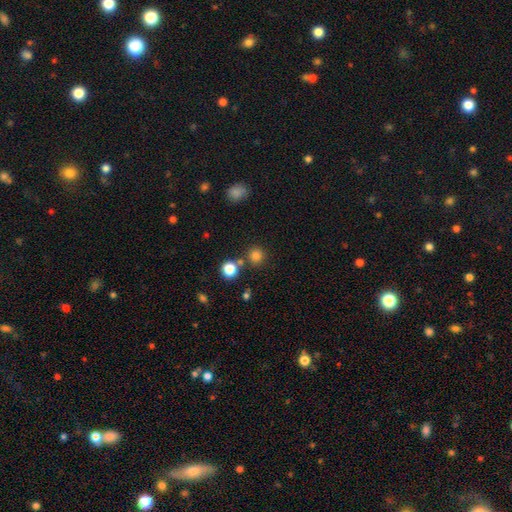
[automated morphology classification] A smooth galaxy with no disk features (80%) that is round (92%).

Vote fractions:
- Smooth or featured? smooth: 80% / star or artifact: 15% / featured or disk: 5%
- How rounded? round: 92% / in between: 7% / cigar-shaped: 1%
- Merging? none: 80% / merger: 10% / minor disturbance: 7% / major disturbance: 3%